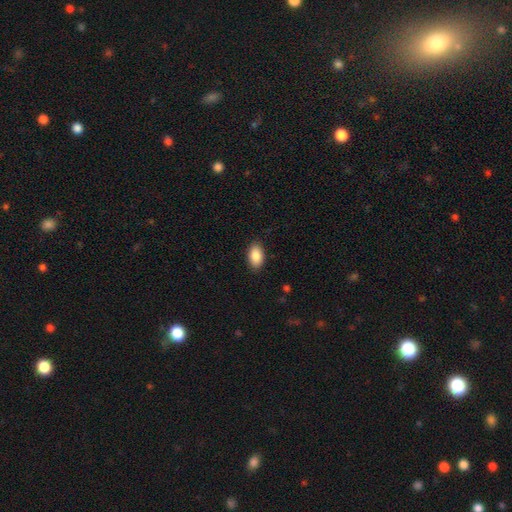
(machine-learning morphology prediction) Overall: smooth (88%). How rounded: in between (93%). Merging: none (88%).